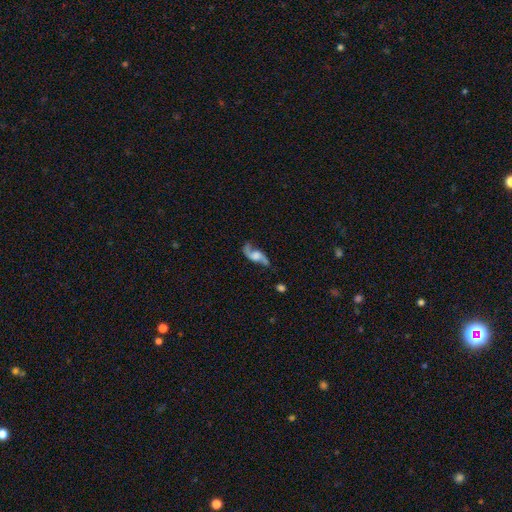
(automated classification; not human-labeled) The model was most divided on "bulge size": large: 30%, moderate: 28%, none: 22%, small: 16%, dominant: 4%. More confident: spiral arms — yes (95%); edge-on disk — no (92%); spiral arm count — 2 (91%); smooth or featured — featured or disk (82%); spiral winding — loose (76%); merging — none (69%); bar — no (58%).